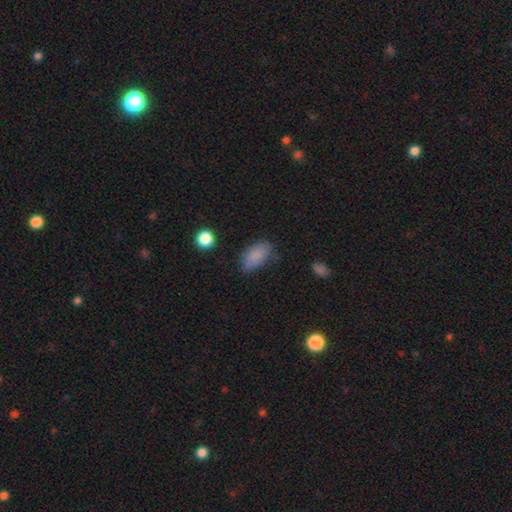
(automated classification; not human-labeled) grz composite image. It shows a smooth galaxy with no disk features (84%) that is in between round and cigar-shaped (91%). Merging: none (70%).